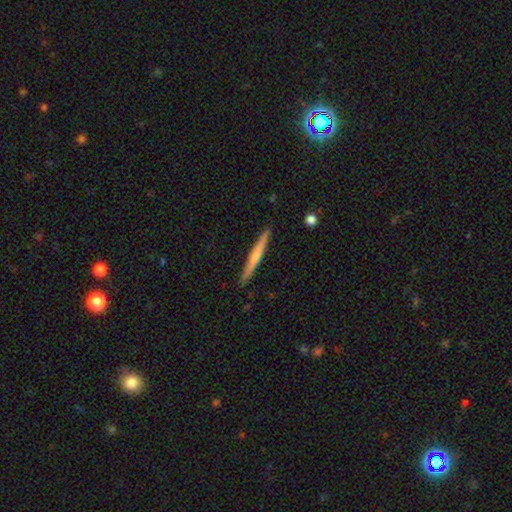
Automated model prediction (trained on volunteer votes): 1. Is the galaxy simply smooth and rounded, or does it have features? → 50% smooth, 45% featured or disk, 5% star or artifact.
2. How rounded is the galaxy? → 97% cigar-shaped, 2% in between, 1% round.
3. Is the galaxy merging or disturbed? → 91% none, 7% minor disturbance, 1% major disturbance, 1% merger.